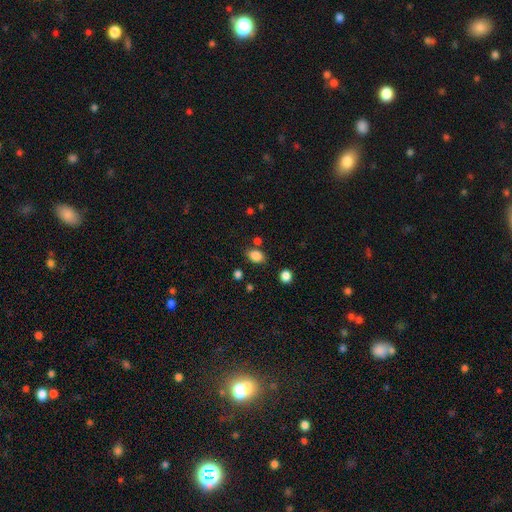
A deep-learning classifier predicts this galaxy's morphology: Overall: smooth (85%). How rounded: in between (78%). Merging: none (76%).